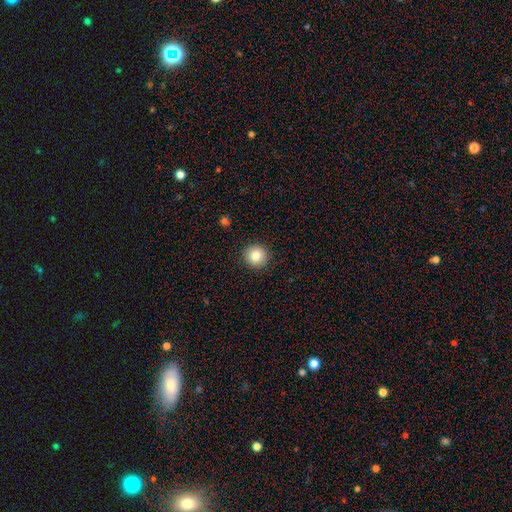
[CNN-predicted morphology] smooth_or_featured: smooth (p=0.82) [alt: star or artifact p=0.10]
how_rounded: round (p=0.92) [alt: in between p=0.07]
merging: none (p=0.92) [alt: minor disturbance p=0.05]